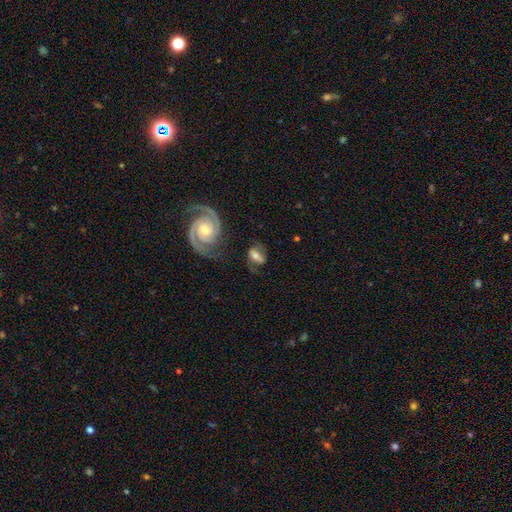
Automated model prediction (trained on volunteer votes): Q: Smooth or featured?
A: featured or disk (57%); runner-up: smooth (35%)
Q: Edge-on disk?
A: no (94%); runner-up: yes (6%)
Q: Bar?
A: weak (37%); runner-up: no (34%)
Q: Spiral arms?
A: yes (84%); runner-up: no (16%)
Q: Bulge size?
A: moderate (56%); runner-up: small (30%)
Q: Merging?
A: none (58%); runner-up: minor disturbance (19%)